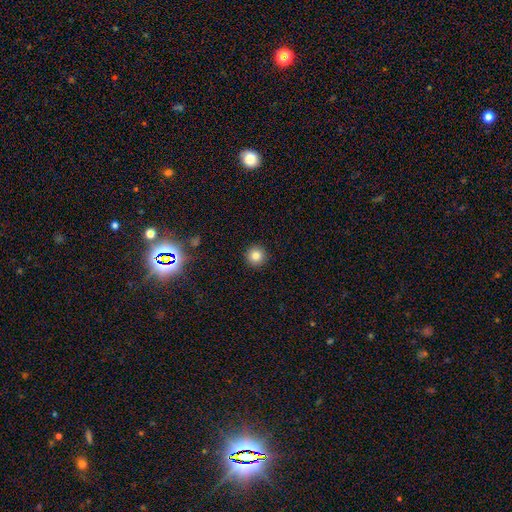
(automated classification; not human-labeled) A smooth galaxy with no disk features (83%) that is round (96%).

Vote fractions:
- Smooth or featured? smooth: 83% / star or artifact: 11% / featured or disk: 6%
- How rounded? round: 96% / in between: 3% / cigar-shaped: 1%
- Merging? none: 93% / minor disturbance: 4% / major disturbance: 2% / merger: 1%